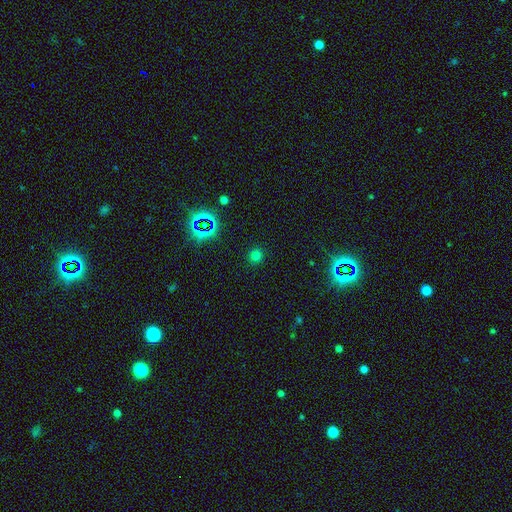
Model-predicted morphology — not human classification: A smooth galaxy with no disk features (71%) that is round (93%). Merging: none (90%).